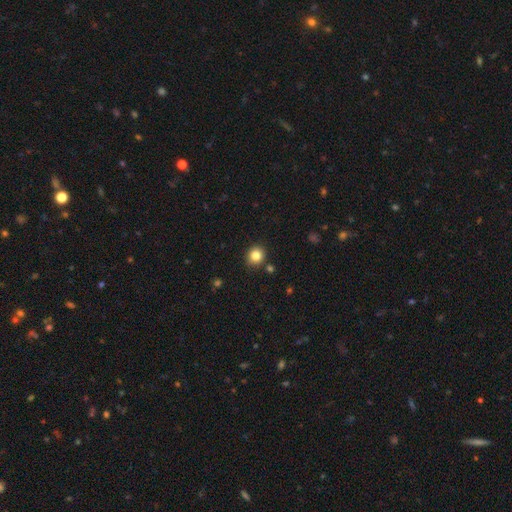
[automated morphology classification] A smooth galaxy with no disk features (83%) that is round (85%).

Vote fractions:
- Smooth or featured? smooth: 83% / star or artifact: 11% / featured or disk: 6%
- How rounded? round: 85% / in between: 14% / cigar-shaped: 1%
- Merging? none: 88% / minor disturbance: 7% / merger: 3% / major disturbance: 2%